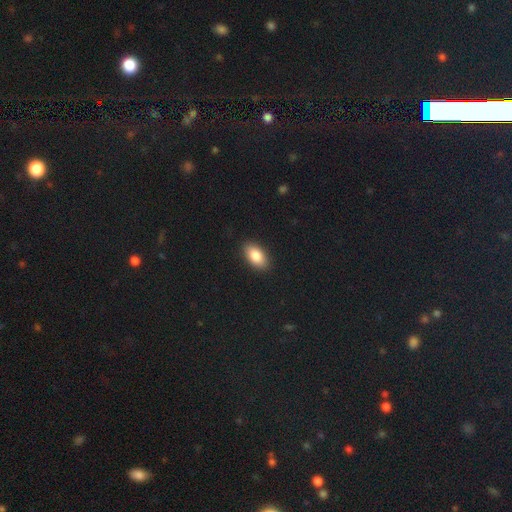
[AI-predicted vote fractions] The model was most divided on "smooth or featured": smooth: 85%, featured or disk: 7%, star or artifact: 7%. More confident: how rounded — in between (93%); merging — none (89%).